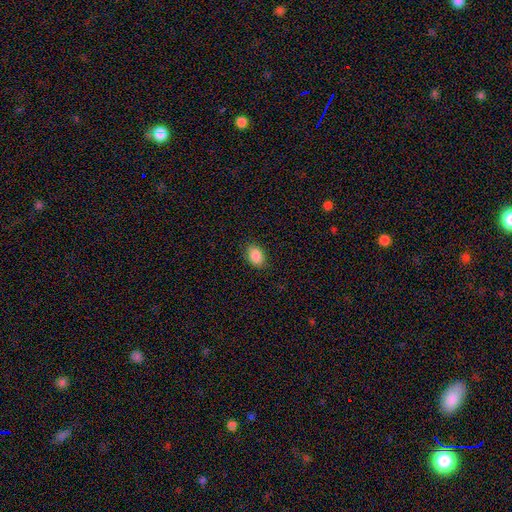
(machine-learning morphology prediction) Smooth or featured?
  - smooth: 88% *
  - star or artifact: 8%
  - featured or disk: 4%
How rounded?
  - in between: 77% *
  - round: 22%
  - cigar-shaped: 1%
Merging?
  - none: 88% *
  - minor disturbance: 9%
  - major disturbance: 2%
  - merger: 1%